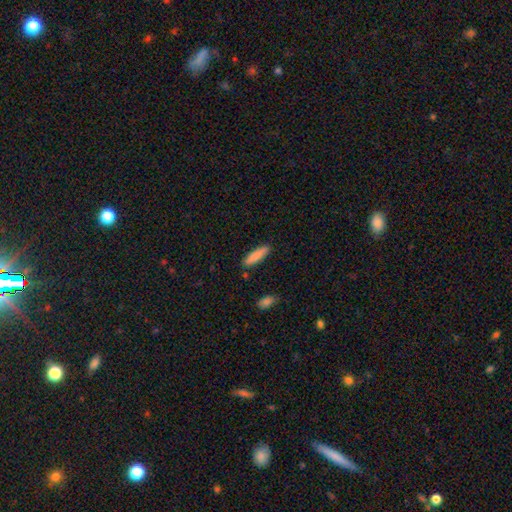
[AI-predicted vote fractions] Smooth or featured? Predicted: smooth (p=0.86). How rounded? Predicted: cigar-shaped (p=0.74). Merging? Predicted: none (p=0.87).